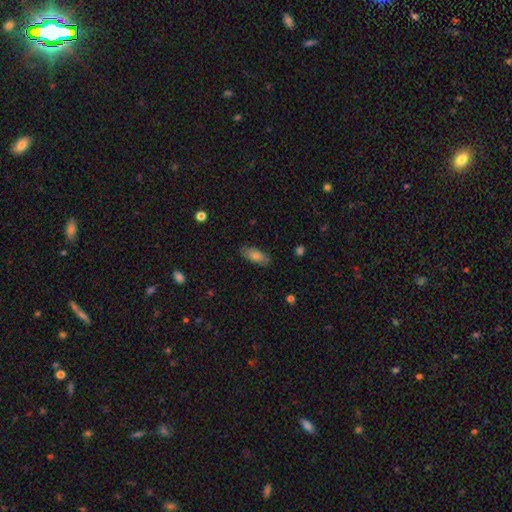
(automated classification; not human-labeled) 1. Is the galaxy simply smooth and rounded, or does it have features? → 76% smooth, 16% featured or disk, 8% star or artifact.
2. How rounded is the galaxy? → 77% in between, 20% cigar-shaped, 3% round.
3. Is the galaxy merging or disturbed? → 86% none, 11% minor disturbance, 2% major disturbance, 1% merger.